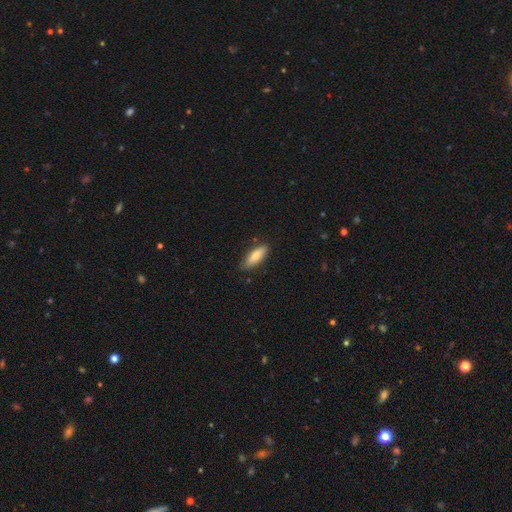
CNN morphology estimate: A smooth galaxy with no disk features (79%) that is in between round and cigar-shaped (59%). Merging: none (80%).